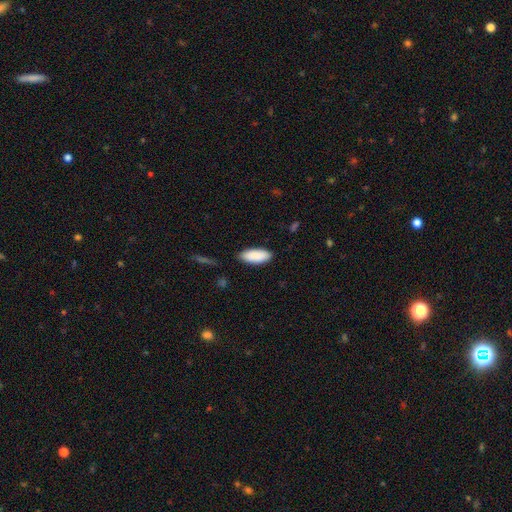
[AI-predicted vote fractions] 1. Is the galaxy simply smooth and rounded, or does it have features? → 90% smooth, 6% star or artifact, 4% featured or disk.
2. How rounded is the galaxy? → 86% in between, 13% cigar-shaped, 2% round.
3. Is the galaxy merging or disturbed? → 86% none, 11% minor disturbance, 2% major disturbance, 1% merger.